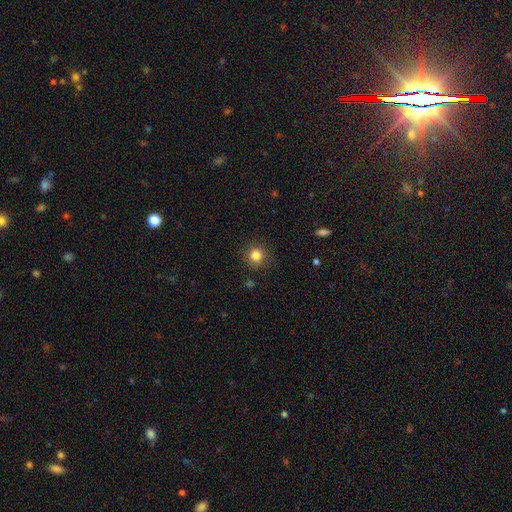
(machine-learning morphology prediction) The model was most divided on "smooth or featured": smooth: 83%, star or artifact: 12%, featured or disk: 5%. More confident: how rounded — round (93%); merging — none (89%).